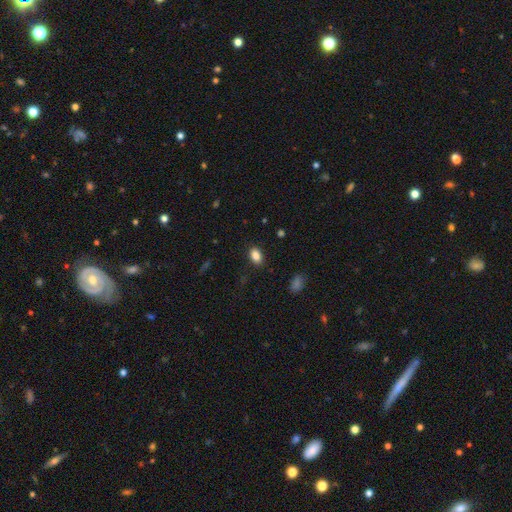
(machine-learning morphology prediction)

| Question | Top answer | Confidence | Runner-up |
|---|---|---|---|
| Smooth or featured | smooth | 85% | star or artifact (9%) |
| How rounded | in between | 87% | round (11%) |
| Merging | none | 87% | minor disturbance (10%) |